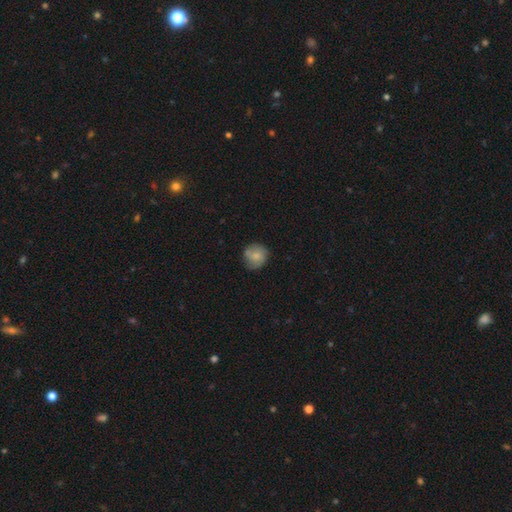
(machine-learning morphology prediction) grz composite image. It shows a smooth galaxy with no disk features (70%) that is round (87%). Merging: none (71%).